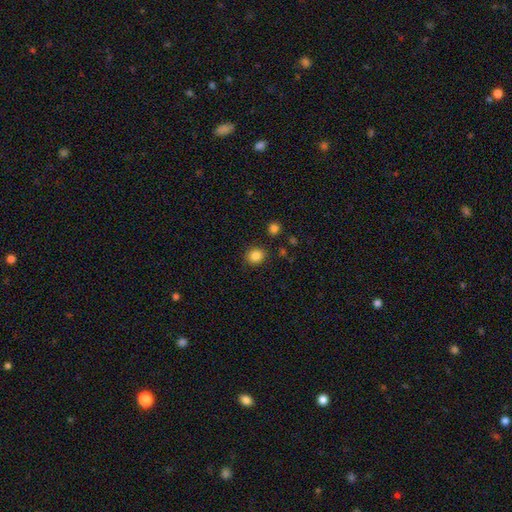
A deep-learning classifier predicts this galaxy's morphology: type=smooth (86%); roundness=round (67%); merging=none (85%).